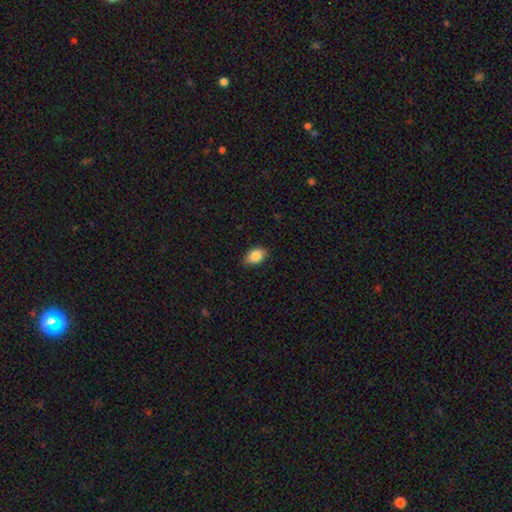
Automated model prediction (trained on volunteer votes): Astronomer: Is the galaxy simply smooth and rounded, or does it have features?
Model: smooth — 87%.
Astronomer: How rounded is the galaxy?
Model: in between — 86%.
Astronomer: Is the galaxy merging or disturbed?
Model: none — 84%.